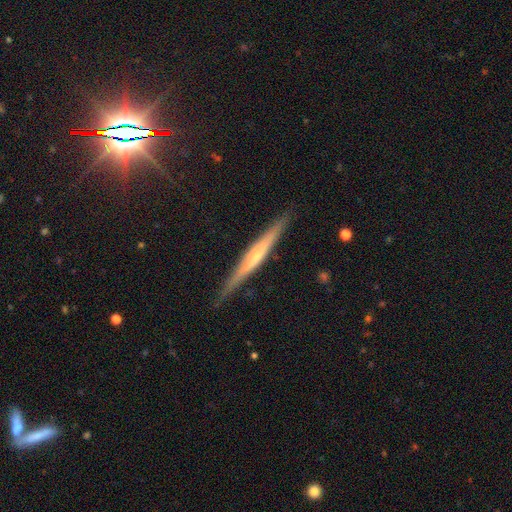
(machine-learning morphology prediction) Smooth or featured? Predicted: featured or disk (p=0.67). Edge-on disk? Predicted: yes (p=0.97). Edge-on bulge? Predicted: none (p=0.48). Merging? Predicted: none (p=0.87).